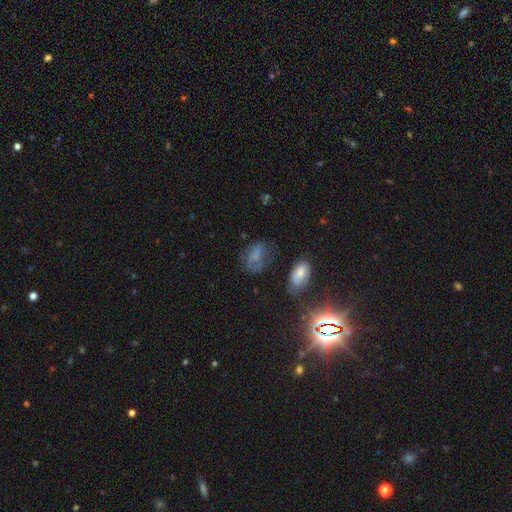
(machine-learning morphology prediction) Smooth or featured? smooth (60%)
How rounded? in between (80%)
Merging? none (46%)